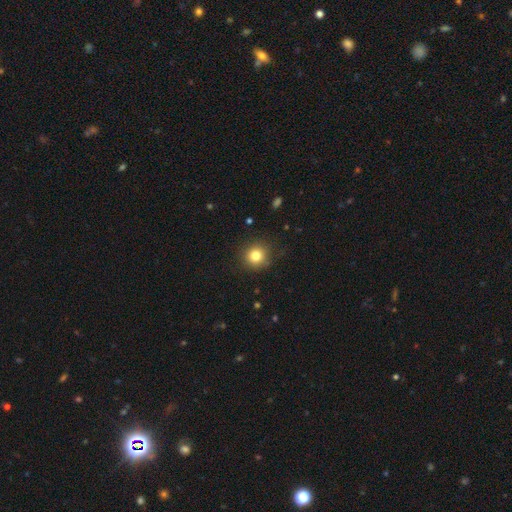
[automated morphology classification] Smooth or featured? smooth (81%)
How rounded? round (92%)
Merging? none (88%)